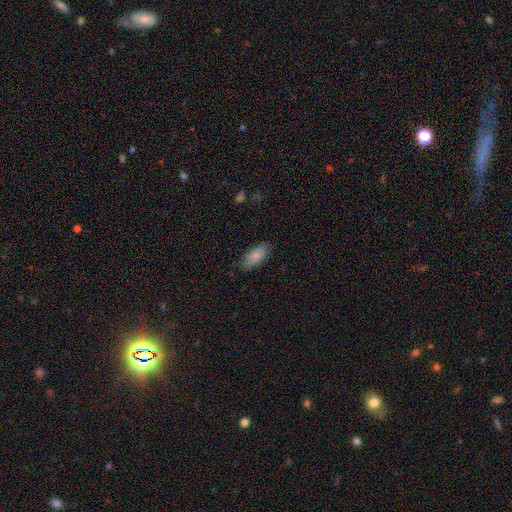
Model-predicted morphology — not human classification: type=smooth (81%); roundness=in between (86%); merging=none (79%).